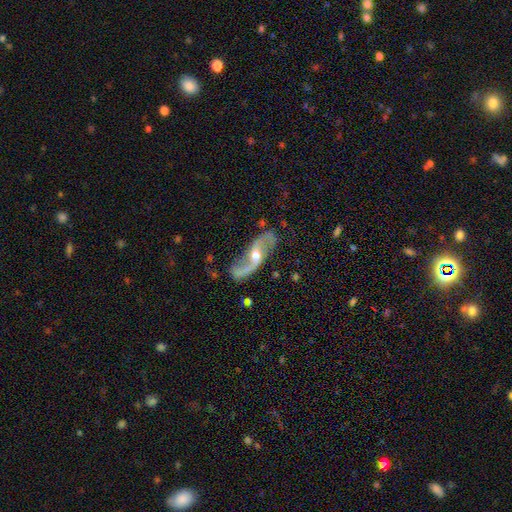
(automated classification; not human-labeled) Overall: featured or disk (89%). Edge-on disk: no (94%). Bar: no (41%; weak 38%). Spiral arms: yes (95%). Spiral arm count: 2 (93%). Spiral winding: loose (78%). Bulge size: moderate (68%). Merging: none (75%).